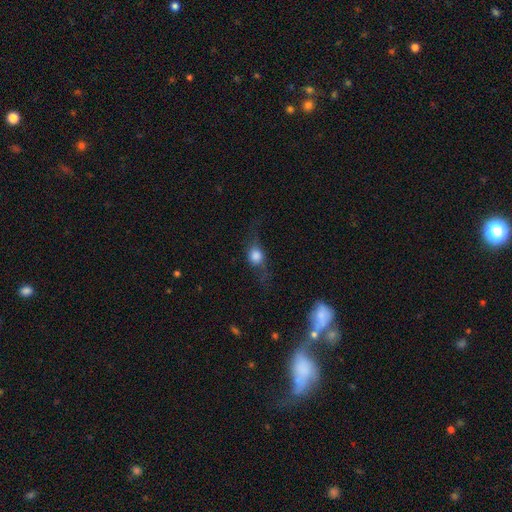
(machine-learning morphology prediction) Smooth or featured?
  - smooth: 57% *
  - featured or disk: 31%
  - star or artifact: 11%
How rounded?
  - round: 63% *
  - in between: 30%
  - cigar-shaped: 6%
Merging?
  - none: 59% *
  - minor disturbance: 22%
  - major disturbance: 17%
  - merger: 2%